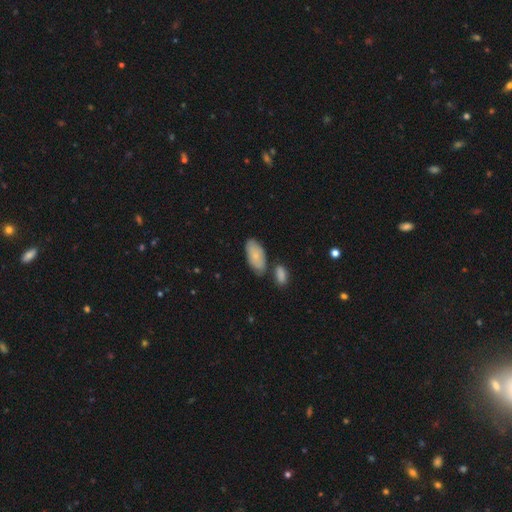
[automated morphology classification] smooth 75%, featured or disk 19%, star or artifact 6%. Down the decision tree: how rounded — in between (92%); merging — none (63%).